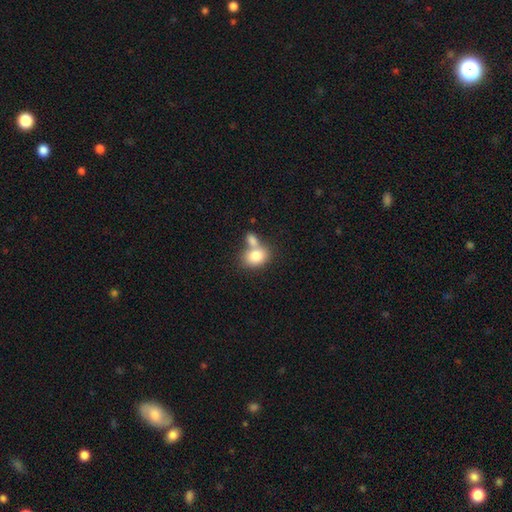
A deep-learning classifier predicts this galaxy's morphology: This appears to be a smooth galaxy with no disk features (80%) that is in between round and cigar-shaped (67%). Merging: merger (51%).